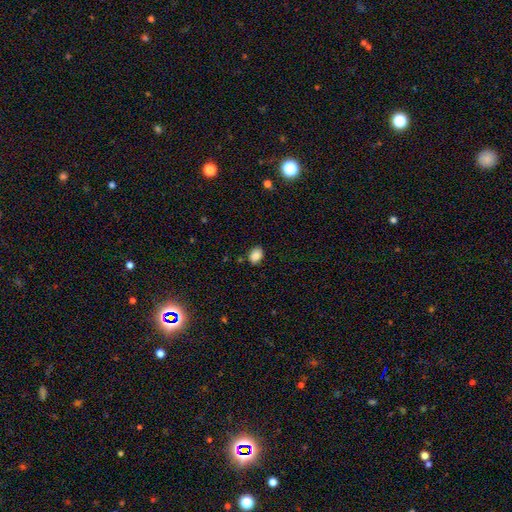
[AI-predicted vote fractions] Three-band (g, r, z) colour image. It shows a smooth galaxy with no disk features (87%) that is in between round and cigar-shaped (73%). Merging: none (81%).